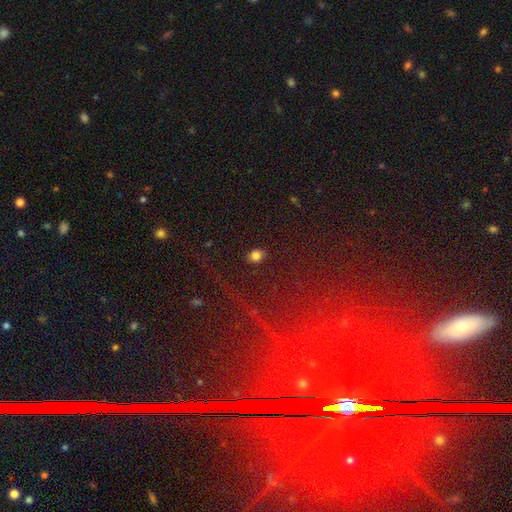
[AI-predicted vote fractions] A smooth galaxy with no disk features (81%) that is in between round and cigar-shaped (59%). Merging: none (88%).